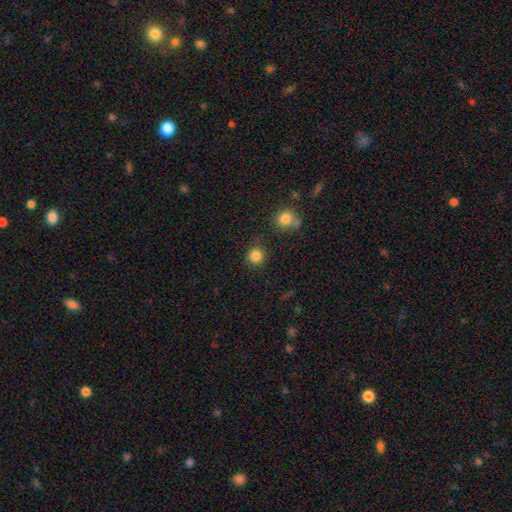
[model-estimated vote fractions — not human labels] smooth 84%, star or artifact 12%, featured or disk 4%. Down the decision tree: how rounded — round (91%); merging — none (83%).